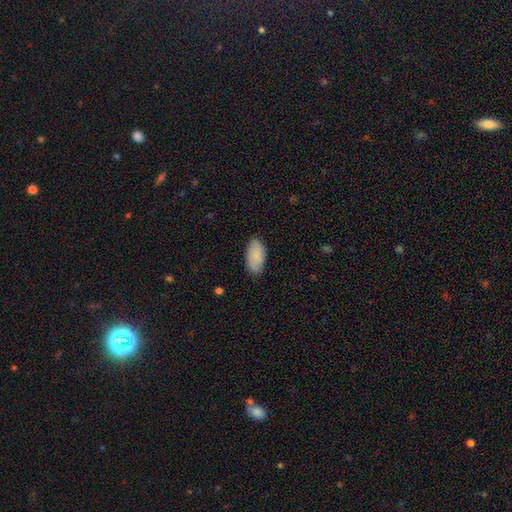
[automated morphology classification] Q: Smooth or featured?
A: smooth (85%); runner-up: featured or disk (9%)
Q: How rounded?
A: in between (95%); runner-up: cigar-shaped (3%)
Q: Merging?
A: none (82%); runner-up: minor disturbance (14%)